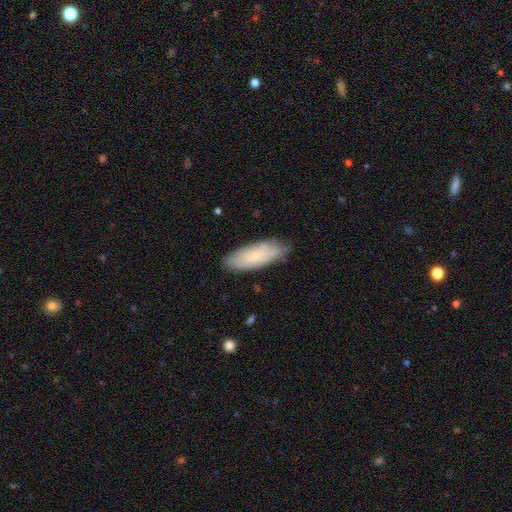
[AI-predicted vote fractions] A smooth galaxy with no disk features (71%) that is in between round and cigar-shaped (68%). Merging: none (74%).